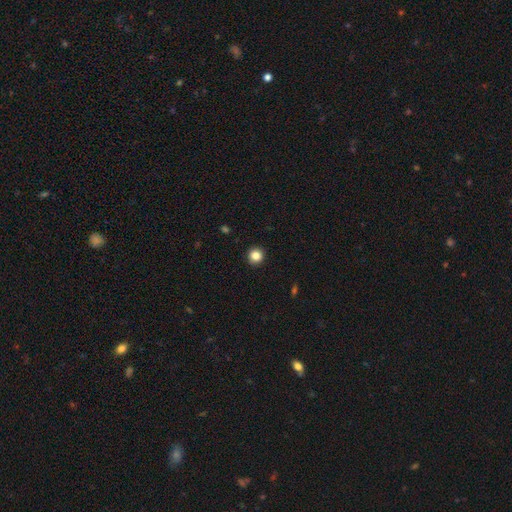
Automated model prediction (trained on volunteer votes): A smooth galaxy with no disk features (85%) that is round (94%). Merging: none (93%).